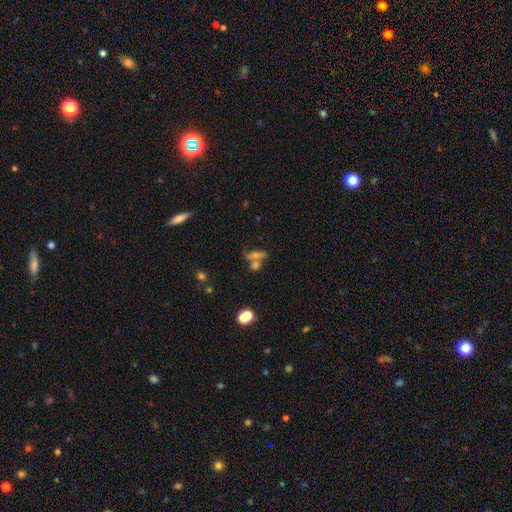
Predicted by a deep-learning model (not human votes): smooth-or-featured: smooth: 46% | featured or disk: 36% | star or artifact: 18%
  merging: none: 41% | merger: 40% | minor disturbance: 11% | major disturbance: 8%